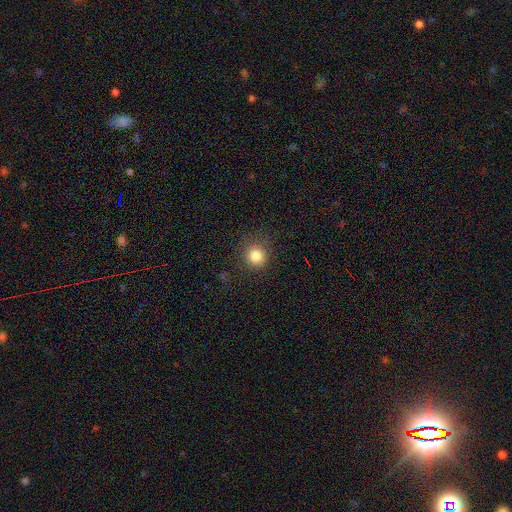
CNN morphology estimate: Q: Smooth or featured?
A: smooth (83%); runner-up: star or artifact (12%)
Q: How rounded?
A: round (91%); runner-up: in between (8%)
Q: Merging?
A: none (84%); runner-up: minor disturbance (10%)